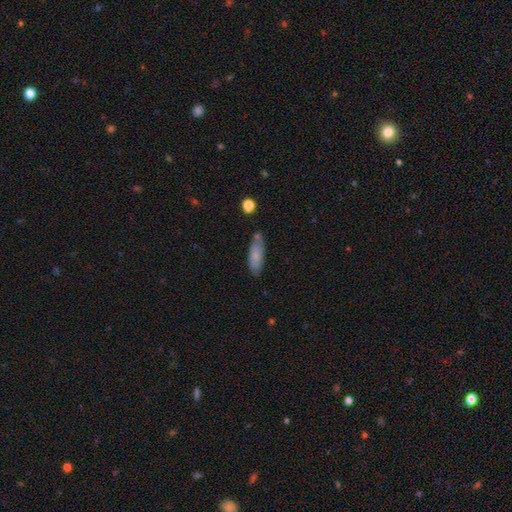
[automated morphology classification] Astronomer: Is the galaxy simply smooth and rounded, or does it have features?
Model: smooth — 74%.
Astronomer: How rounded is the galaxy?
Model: in between — 64%.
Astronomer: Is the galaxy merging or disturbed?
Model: none — 66%.